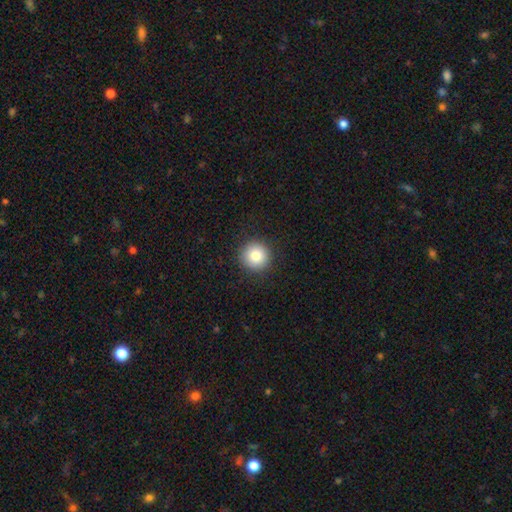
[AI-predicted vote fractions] smooth 82%, star or artifact 10%, featured or disk 8%. Down the decision tree: how rounded — round (95%); merging — none (92%).